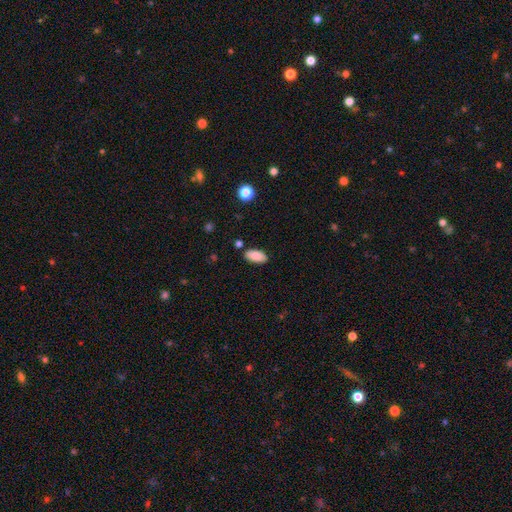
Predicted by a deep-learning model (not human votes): A smooth galaxy with no disk features (87%) that is in between round and cigar-shaped (91%). Merging: none (84%).